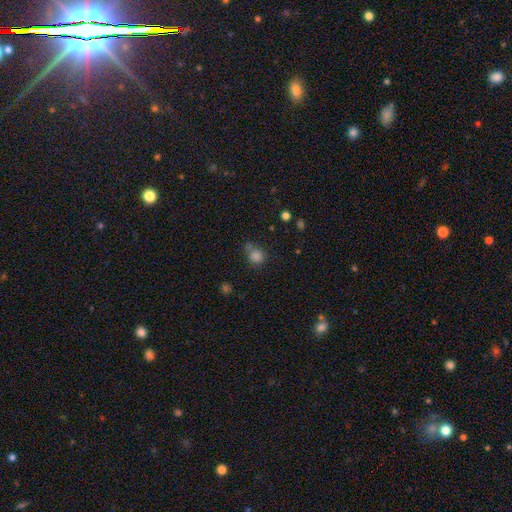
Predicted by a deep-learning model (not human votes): smooth-or-featured: smooth: 80% | star or artifact: 14% | featured or disk: 6%
  how-rounded: round: 79% | in between: 20% | cigar-shaped: 1%
  merging: none: 54% | minor disturbance: 20% | merger: 16% | major disturbance: 9%